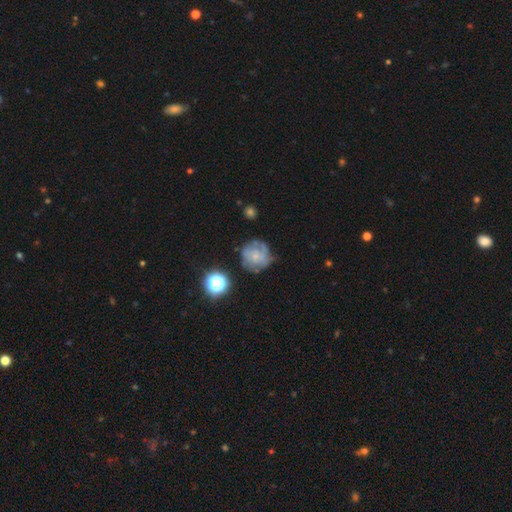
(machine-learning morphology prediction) A featured or disk galaxy (51%).

Vote fractions:
- Smooth or featured? featured or disk: 51% / smooth: 36% / star or artifact: 13%
- Edge-on disk? no: 98% / yes: 2%
- Merging? none: 57% / minor disturbance: 24% / major disturbance: 15% / merger: 3%